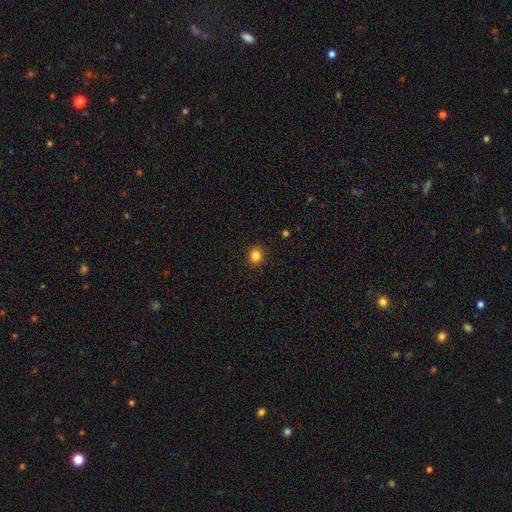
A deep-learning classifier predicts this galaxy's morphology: type=smooth (84%); roundness=round (71%); merging=none (91%).